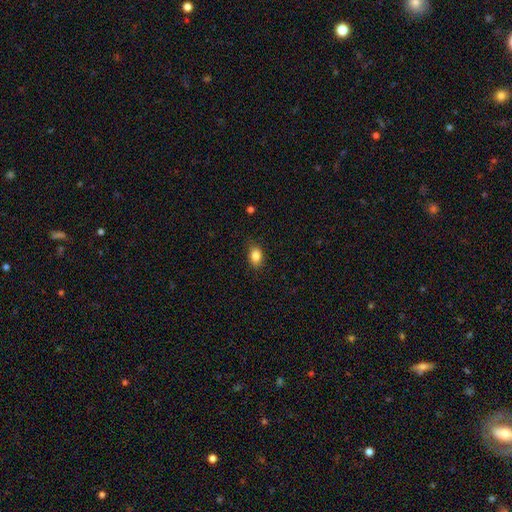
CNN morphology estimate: A smooth galaxy with no disk features (85%) that is in between round and cigar-shaped (72%). Merging: none (81%).